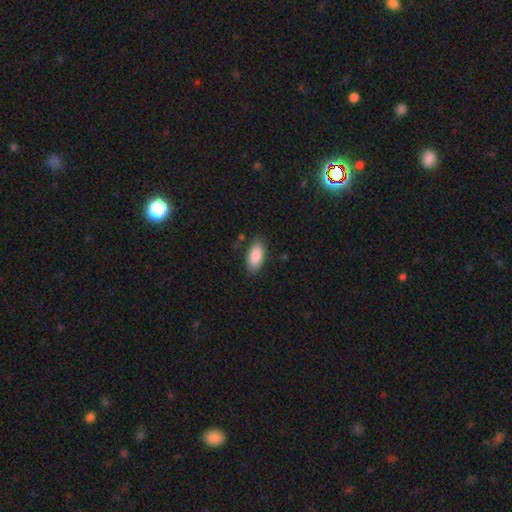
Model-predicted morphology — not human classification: This is clearly a smooth galaxy (88%). How rounded: clearly in between (90%). Merging: clearly none (83%).